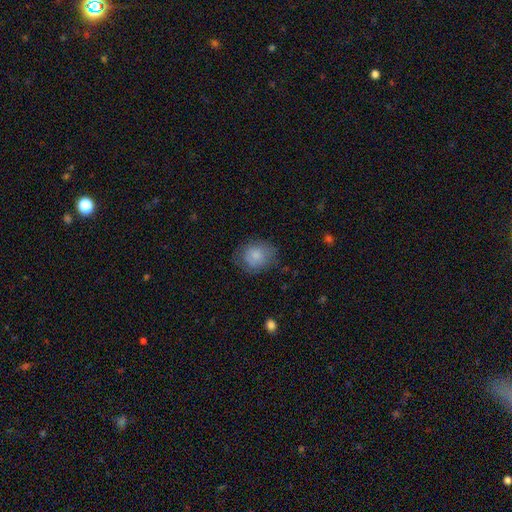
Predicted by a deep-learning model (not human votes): This appears to be a smooth galaxy with no disk features (79%) that is round (71%). Merging: none (65%).